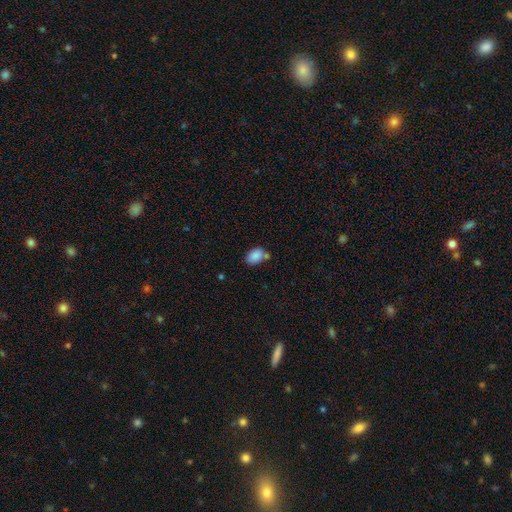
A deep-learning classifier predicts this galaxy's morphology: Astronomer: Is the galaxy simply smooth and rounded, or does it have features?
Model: smooth — 86%.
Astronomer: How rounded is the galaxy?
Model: in between — 83%.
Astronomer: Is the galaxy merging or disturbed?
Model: none — 57%.